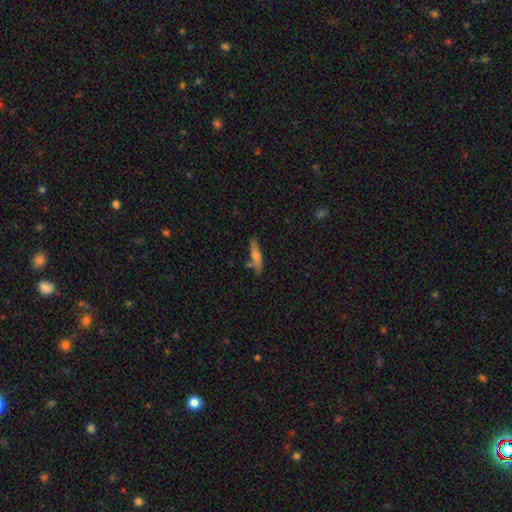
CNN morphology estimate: smooth 60%, featured or disk 32%, star or artifact 7%. Down the decision tree: how rounded — cigar-shaped (80%); merging — none (71%).